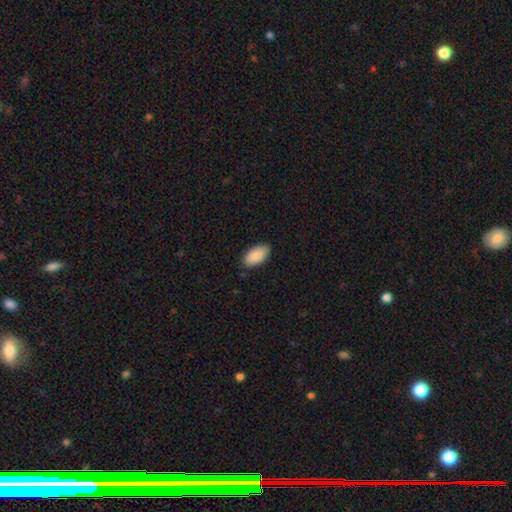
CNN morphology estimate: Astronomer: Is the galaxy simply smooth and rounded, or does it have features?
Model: smooth — 88%.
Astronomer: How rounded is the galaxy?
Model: in between — 95%.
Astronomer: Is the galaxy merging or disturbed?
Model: none — 86%.